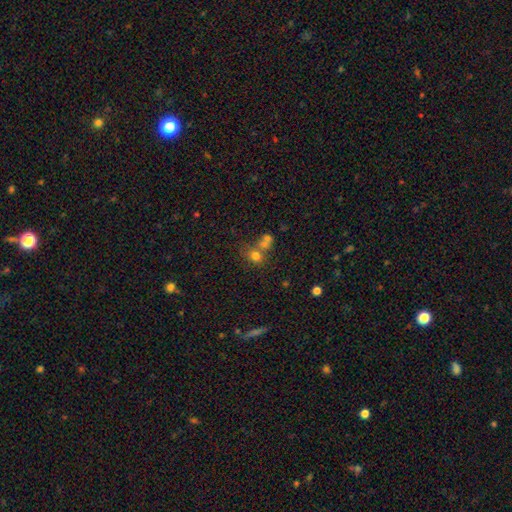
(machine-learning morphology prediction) Smooth or featured?
  - smooth: 71% *
  - star or artifact: 16%
  - featured or disk: 13%
How rounded?
  - round: 68% *
  - in between: 30%
  - cigar-shaped: 1%
Merging?
  - merger: 43% * (tied)
  - none: 43% * (tied)
  - minor disturbance: 9%
  - major disturbance: 5%